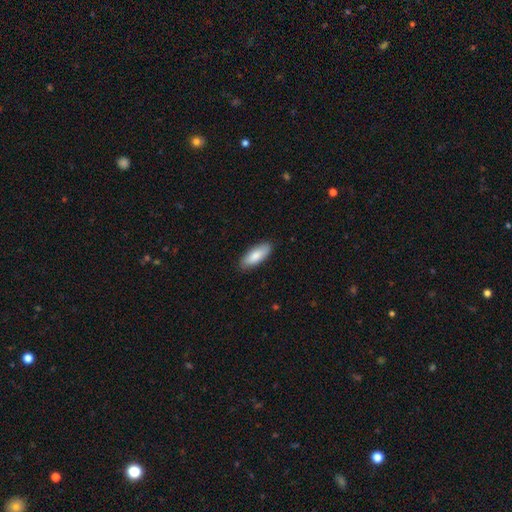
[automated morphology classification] The model was most divided on "how rounded": in between: 76%, cigar-shaped: 23%, round: 2%. More confident: merging — none (88%); smooth or featured — smooth (84%).